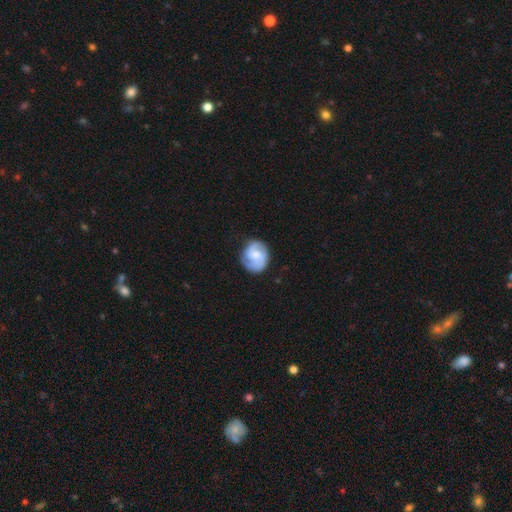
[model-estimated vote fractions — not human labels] Q: Smooth or featured?
A: featured or disk (66%); runner-up: smooth (28%)
Q: Edge-on disk?
A: no (98%); runner-up: yes (2%)
Q: Bar?
A: weak (46%); runner-up: no (45%)
Q: Spiral arms?
A: yes (92%); runner-up: no (8%)
Q: Spiral winding?
A: medium (47%); runner-up: tight (33%)
Q: Spiral arm count?
A: 2 (71%); runner-up: can't tell (12%)
Q: Bulge size?
A: moderate (45%); runner-up: small (42%)
Q: Merging?
A: none (75%); runner-up: minor disturbance (18%)